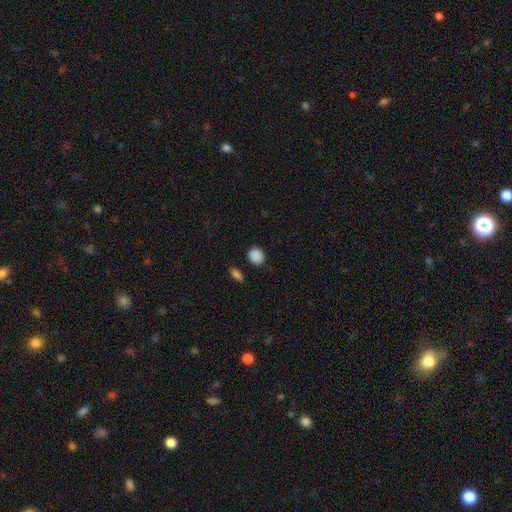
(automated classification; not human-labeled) A smooth galaxy with no disk features (88%) that is round (75%).

Vote fractions:
- Smooth or featured? smooth: 88% / star or artifact: 9% / featured or disk: 3%
- How rounded? round: 75% / in between: 24% / cigar-shaped: 1%
- Merging? none: 86% / minor disturbance: 9% / merger: 3% / major disturbance: 3%